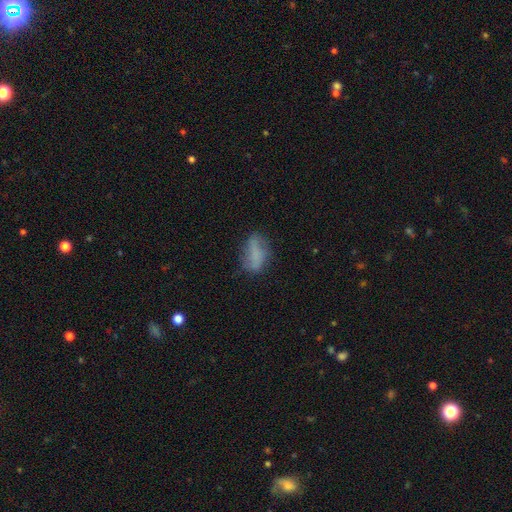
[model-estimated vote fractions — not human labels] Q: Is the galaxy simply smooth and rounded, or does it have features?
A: smooth — 65%.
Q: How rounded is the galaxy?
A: in between — 85%.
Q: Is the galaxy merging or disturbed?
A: none — 57%.